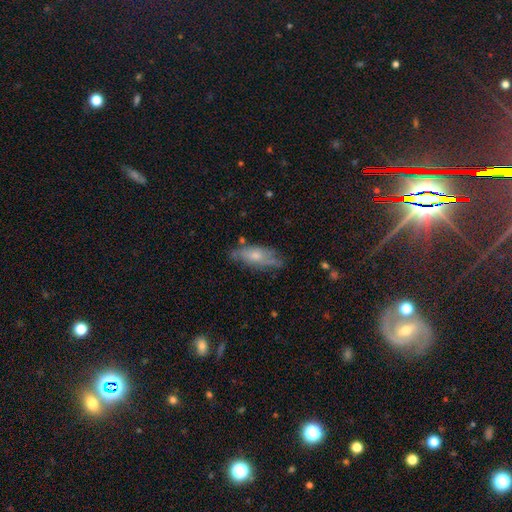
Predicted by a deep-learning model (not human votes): This appears to be a smooth galaxy with no disk features (49%). Merging: none (64%).